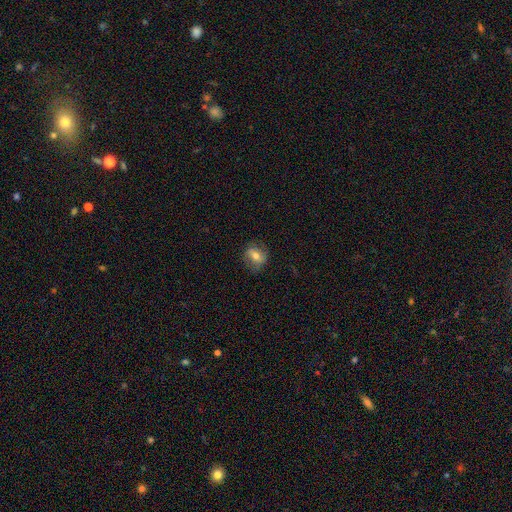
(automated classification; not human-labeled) This appears to be a smooth galaxy with no disk features (53%) that is round (55%). Merging: none (77%).